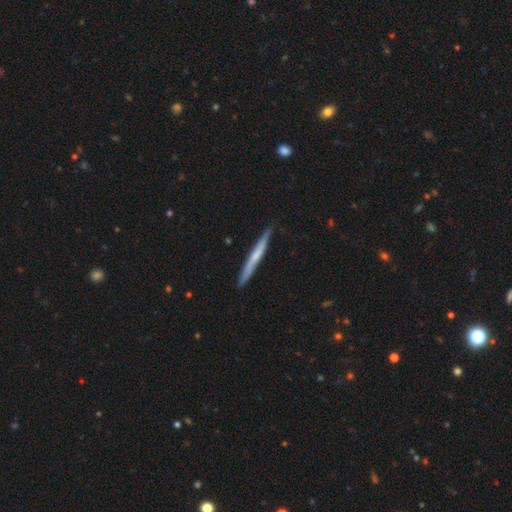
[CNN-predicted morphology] Smooth or featured?
  - smooth: 49% *
  - featured or disk: 45%
  - star or artifact: 5%
Merging?
  - none: 88% *
  - minor disturbance: 9%
  - major disturbance: 1%
  - merger: 1%